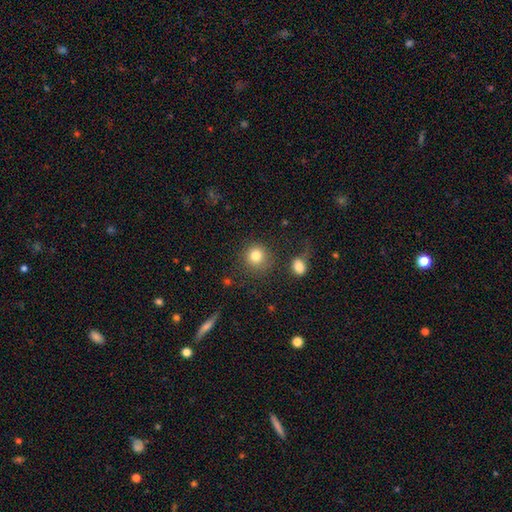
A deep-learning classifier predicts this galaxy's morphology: smooth-or-featured: smooth: 82% | star or artifact: 11% | featured or disk: 7%
  how-rounded: round: 91% | in between: 8% | cigar-shaped: 1%
  merging: none: 80% | minor disturbance: 10% | merger: 5% | major disturbance: 5%